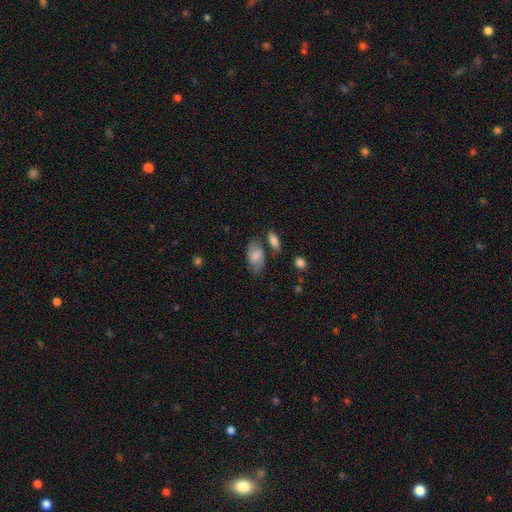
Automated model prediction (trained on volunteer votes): A smooth galaxy with no disk features (65%) that is in between round and cigar-shaped (91%).

Vote fractions:
- Smooth or featured? smooth: 65% / featured or disk: 28% / star or artifact: 8%
- How rounded? in between: 91% / round: 6% / cigar-shaped: 3%
- Merging? none: 65% / minor disturbance: 19% / merger: 10% / major disturbance: 6%